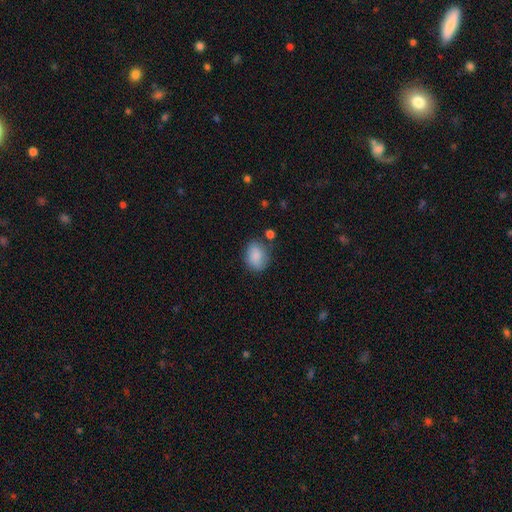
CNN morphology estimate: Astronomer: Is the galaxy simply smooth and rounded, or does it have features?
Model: smooth — 85%.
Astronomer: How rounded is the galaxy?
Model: in between — 63%.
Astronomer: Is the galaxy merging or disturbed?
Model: none — 69%.